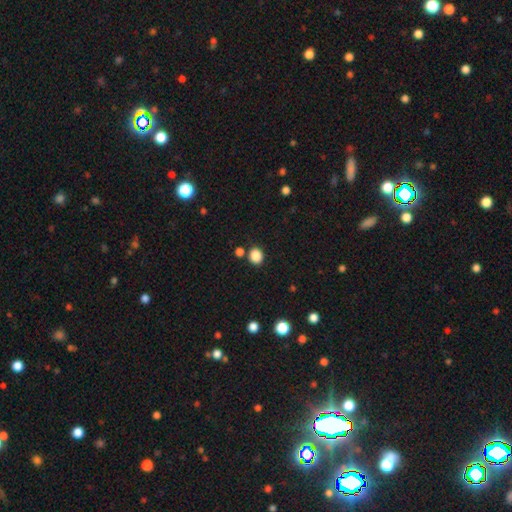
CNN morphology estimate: Smooth or featured? Predicted: smooth (p=0.86). How rounded? Predicted: round (p=0.65). Merging? Predicted: none (p=0.82).